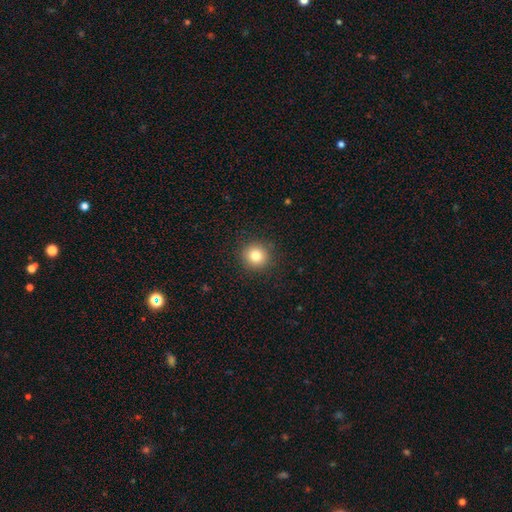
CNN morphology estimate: type=smooth (82%); roundness=round (93%); merging=none (91%).